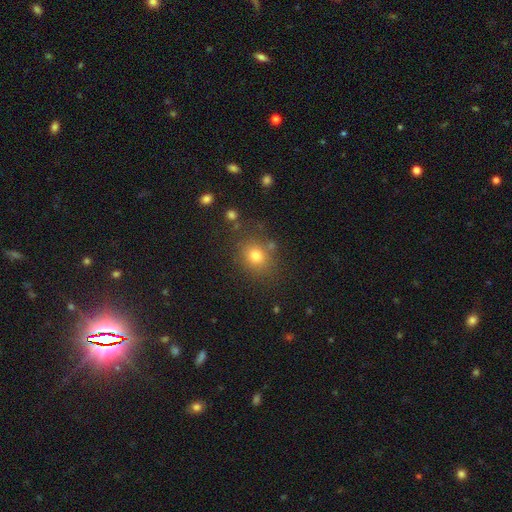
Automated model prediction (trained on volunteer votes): This appears to be a smooth galaxy with no disk features (77%) that is round (65%). Merging: none (78%).